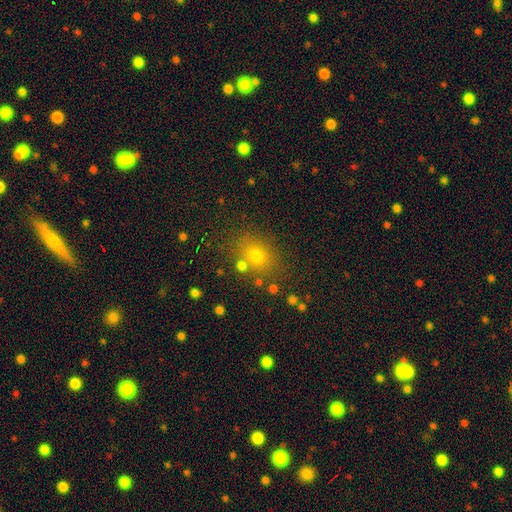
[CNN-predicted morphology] Smooth or featured?
  - smooth: 69% *
  - star or artifact: 20%
  - featured or disk: 11%
How rounded?
  - round: 61% *
  - in between: 38%
  - cigar-shaped: 1%
Merging?
  - none: 76% *
  - minor disturbance: 11%
  - merger: 8%
  - major disturbance: 4%